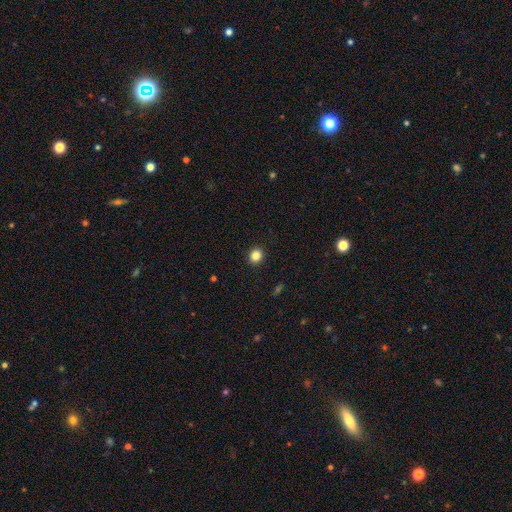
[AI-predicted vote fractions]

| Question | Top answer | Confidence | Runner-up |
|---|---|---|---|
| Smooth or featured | smooth | 84% | star or artifact (11%) |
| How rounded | round | 84% | in between (15%) |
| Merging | none | 92% | minor disturbance (5%) |